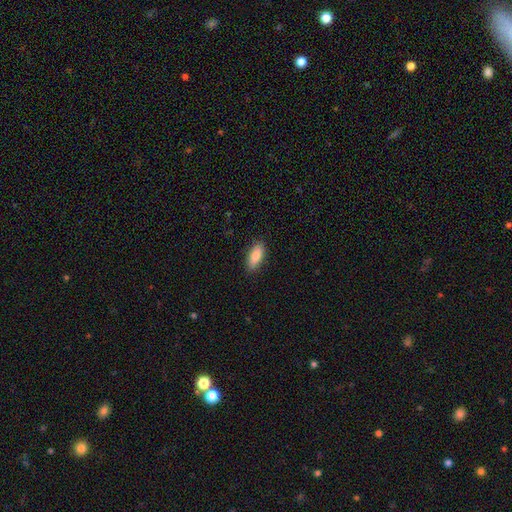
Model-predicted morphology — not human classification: The model was most divided on "how rounded": in between: 78%, cigar-shaped: 20%, round: 2%. More confident: merging — none (88%); smooth or featured — smooth (86%).